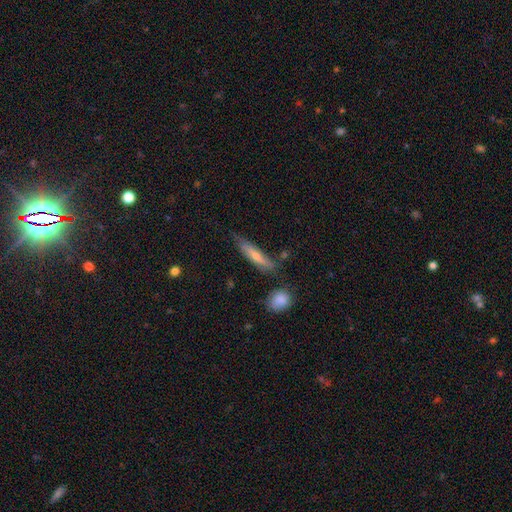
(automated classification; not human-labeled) This is possibly a smooth galaxy (54%). How rounded: clearly cigar-shaped (85%). Merging: likely none (61%).